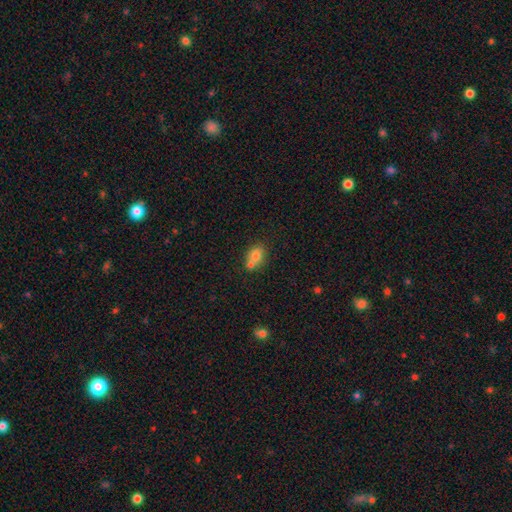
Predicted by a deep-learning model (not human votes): This is likely a smooth galaxy (76%). How rounded: possibly round (50%). Merging: marginally none (44%).